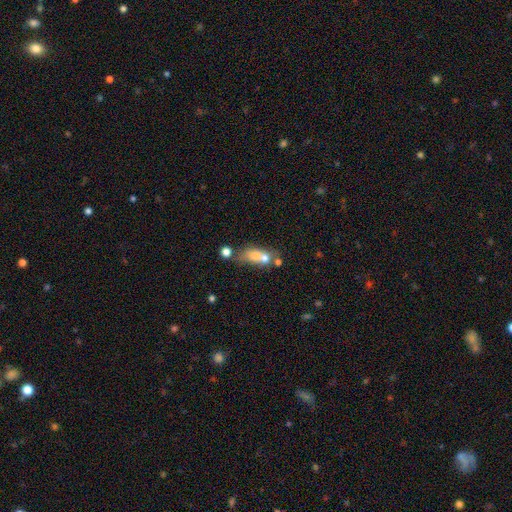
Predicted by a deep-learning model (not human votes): smooth_or_featured: smooth (p=0.63) [alt: featured or disk p=0.24]
how_rounded: in between (p=0.64) [alt: round p=0.18]
merging: merger (p=0.39) [alt: none p=0.34]